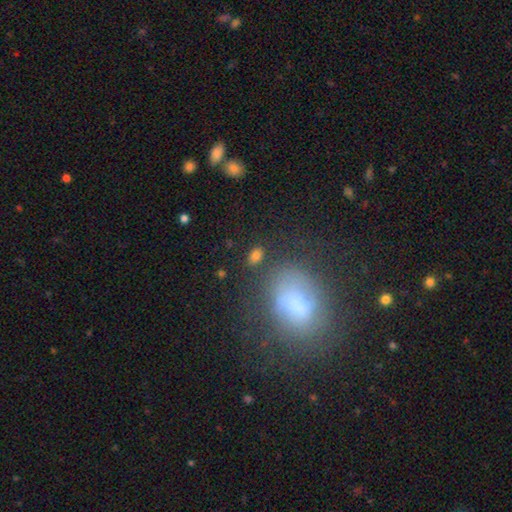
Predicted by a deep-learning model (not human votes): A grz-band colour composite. It shows a smooth galaxy with no disk features (78%) that is in between round and cigar-shaped (82%). Merging: none (78%).